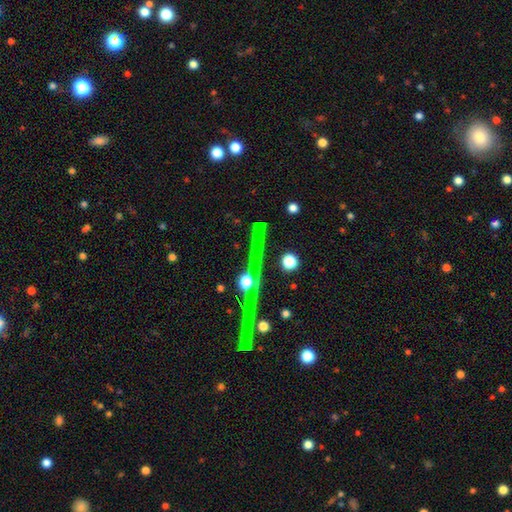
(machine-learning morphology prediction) A featured or disk galaxy (52%) viewed edge-on (88%).

Vote fractions:
- Smooth or featured? featured or disk: 52% / star or artifact: 37% / smooth: 11%
- Edge-on disk? yes: 88% / no: 12%
- Merging? none: 79% / minor disturbance: 9% / merger: 7% / major disturbance: 5%